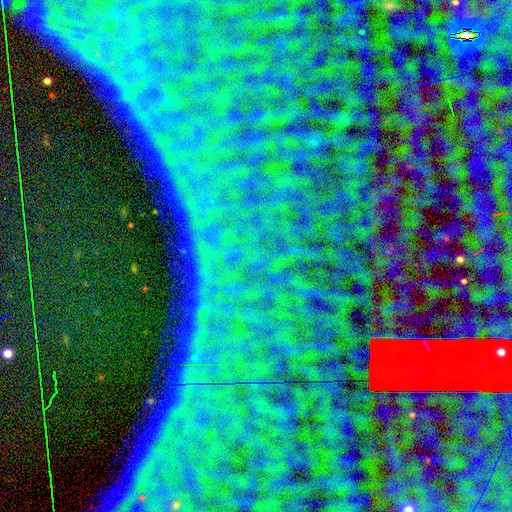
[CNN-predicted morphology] This appears to be a star or artifact, not a galaxy (85%).